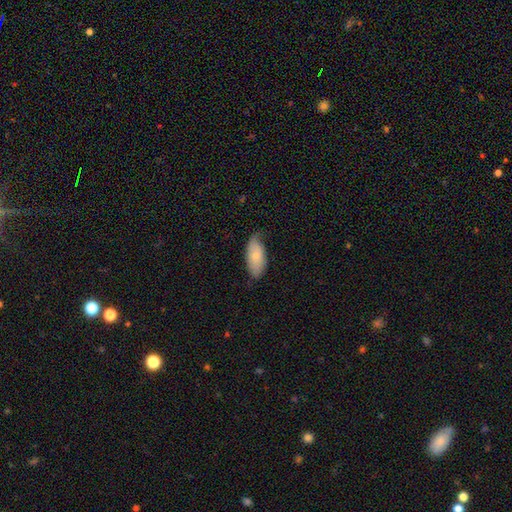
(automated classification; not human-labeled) smooth 75%, featured or disk 19%, star or artifact 6%. Down the decision tree: how rounded — in between (91%); merging — none (58%).